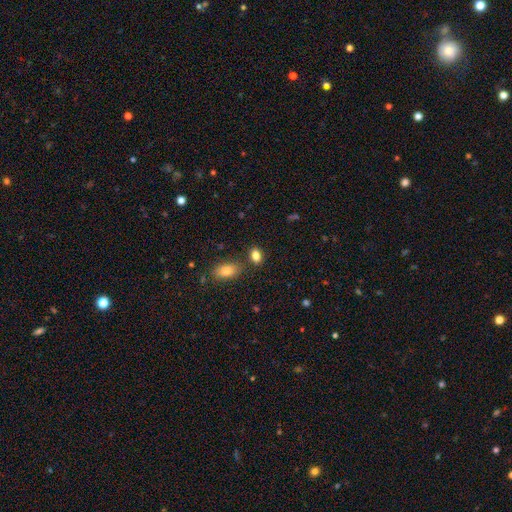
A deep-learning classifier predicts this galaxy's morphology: A smooth galaxy with no disk features (85%) that is in between round and cigar-shaped (80%). Merging: none (75%).